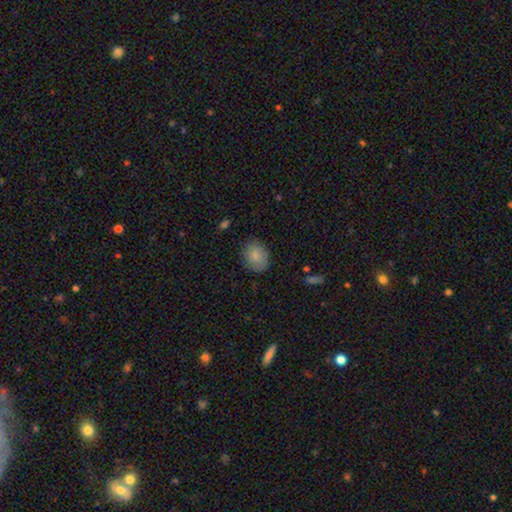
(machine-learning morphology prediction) This is clearly a smooth galaxy (83%). How rounded: possibly round (50%). Merging: clearly none (81%).